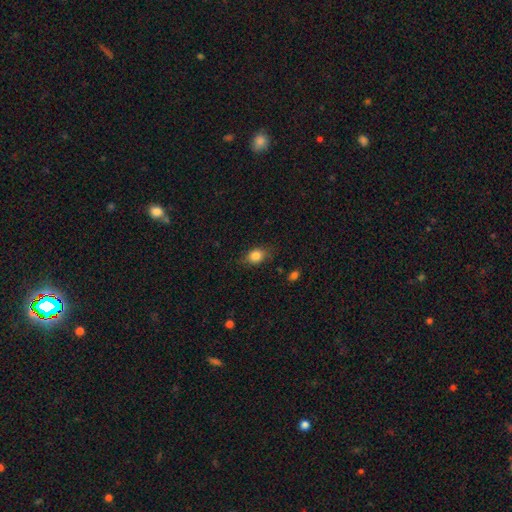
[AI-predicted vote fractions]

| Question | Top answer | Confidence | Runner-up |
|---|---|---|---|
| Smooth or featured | smooth | 82% | star or artifact (9%) |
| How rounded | in between | 63% | round (35%) |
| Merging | none | 75% | minor disturbance (19%) |